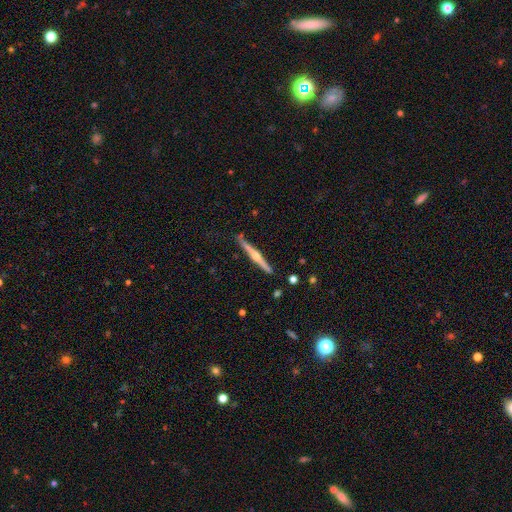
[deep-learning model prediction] This is likely a featured or disk galaxy (75%). It is clearly viewed edge-on (98%). Edge-on bulge: clearly rounded (87%). Merging: clearly none (87%).